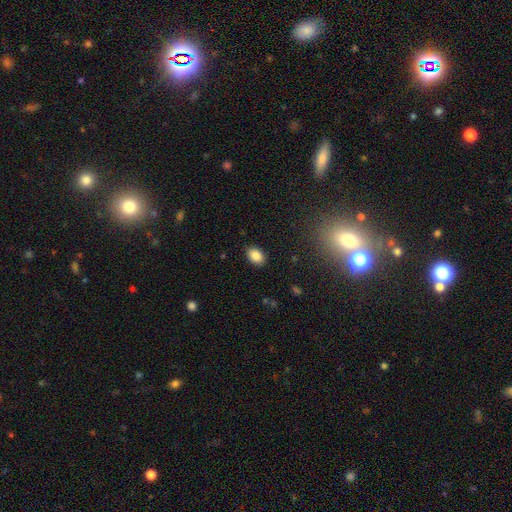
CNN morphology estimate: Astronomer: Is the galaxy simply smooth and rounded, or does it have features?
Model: smooth — 86%.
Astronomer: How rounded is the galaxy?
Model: in between — 82%.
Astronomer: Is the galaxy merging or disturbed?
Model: none — 88%.